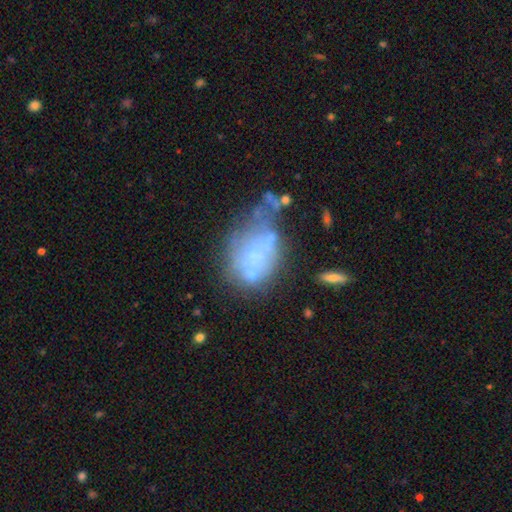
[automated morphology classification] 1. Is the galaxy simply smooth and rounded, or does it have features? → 50% featured or disk, 37% smooth, 13% star or artifact.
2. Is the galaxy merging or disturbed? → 28% none, 27% major disturbance, 24% minor disturbance, 21% merger.